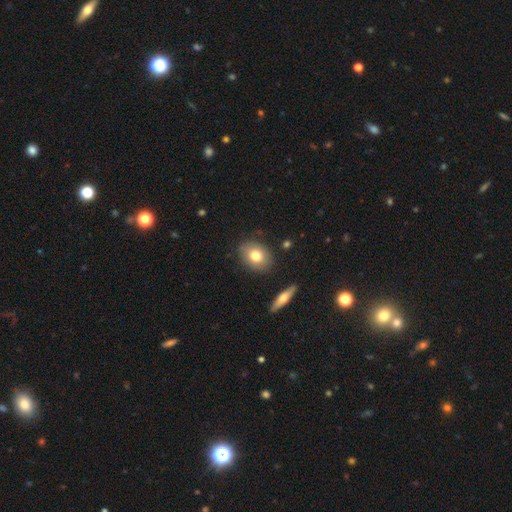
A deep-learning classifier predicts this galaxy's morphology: type=smooth (76%); roundness=in between (58%); merging=none (84%).